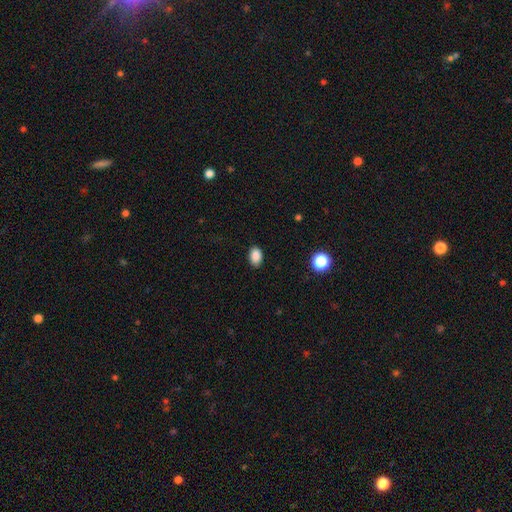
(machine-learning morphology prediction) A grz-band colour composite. It shows a smooth galaxy with no disk features (88%) that is in between round and cigar-shaped (86%). Merging: none (88%).